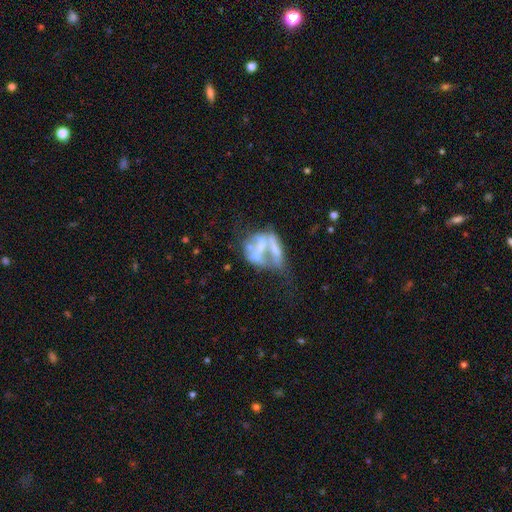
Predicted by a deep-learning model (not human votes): featured or disk 66%, smooth 22%, star or artifact 13%. Down the decision tree: edge-on disk — no (93%); bar — no (68%); spiral arms — no (77%); bulge size — none (33%); merging — merger (56%).